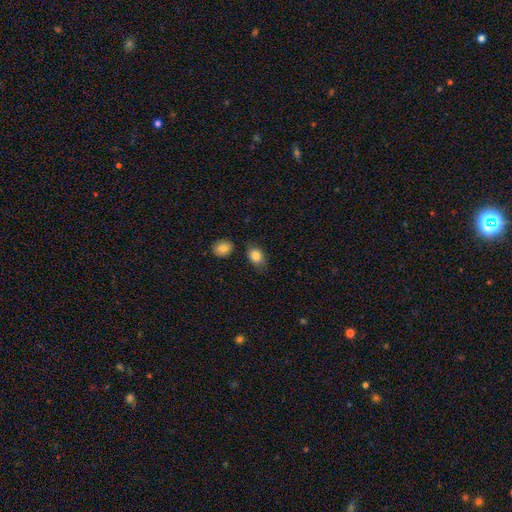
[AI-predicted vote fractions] smooth 85%, star or artifact 8%, featured or disk 6%. Down the decision tree: how rounded — in between (74%); merging — none (75%).